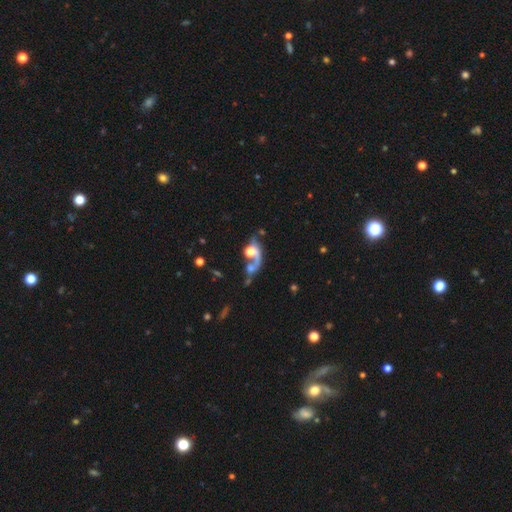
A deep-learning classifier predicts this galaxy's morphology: Overall: featured or disk (53%; smooth 32%). Edge-on disk: no (90%). Merging: merger (41%; major disturbance 24%).